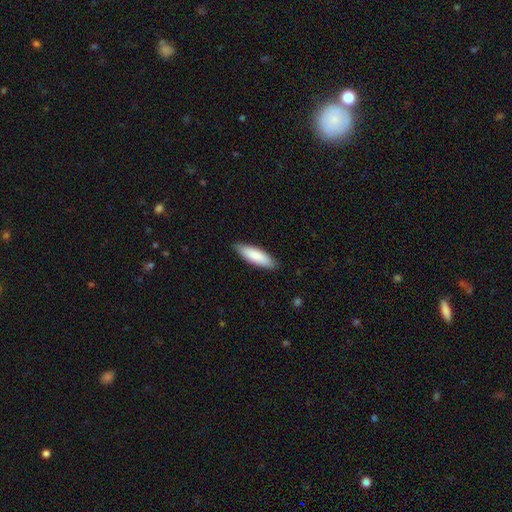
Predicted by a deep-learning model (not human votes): Smooth or featured: smooth — 86% (featured or disk — 9%)
How rounded: cigar-shaped — 52% (in between — 47%)
Merging: none — 88% (minor disturbance — 10%)